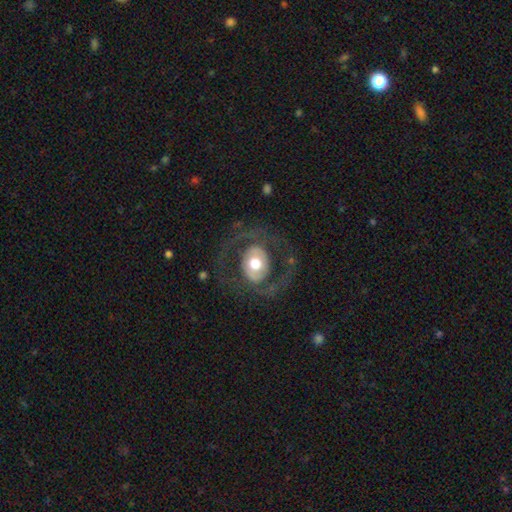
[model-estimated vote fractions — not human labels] Overall: featured or disk (67%; smooth 28%). Edge-on disk: no (96%). Bar: no (70%). Spiral arms: yes (54%; no 46%). Bulge size: moderate (63%; large 28%). Merging: none (69%).